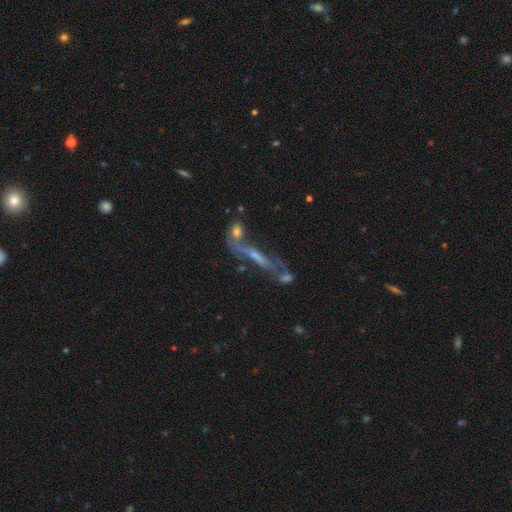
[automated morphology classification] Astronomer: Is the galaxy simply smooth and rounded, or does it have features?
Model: featured or disk — 61%.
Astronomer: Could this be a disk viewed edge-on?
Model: no — 50%, tied with yes at 50%.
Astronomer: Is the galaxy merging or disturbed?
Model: none — 36% (runner-up: merger, 34%).